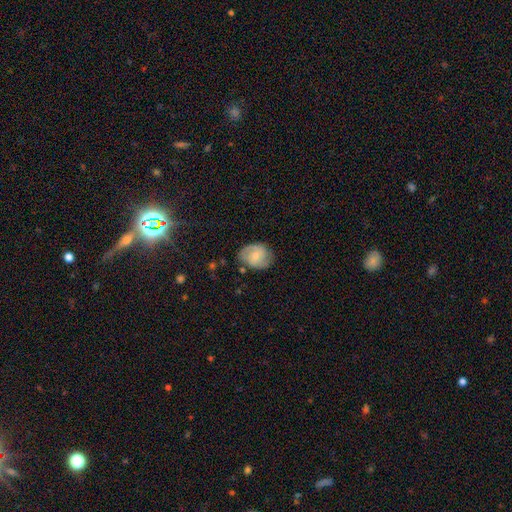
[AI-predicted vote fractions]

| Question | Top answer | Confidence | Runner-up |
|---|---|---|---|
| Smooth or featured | smooth | 54% | featured or disk (38%) |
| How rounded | in between | 62% | round (37%) |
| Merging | none | 68% | minor disturbance (23%) |